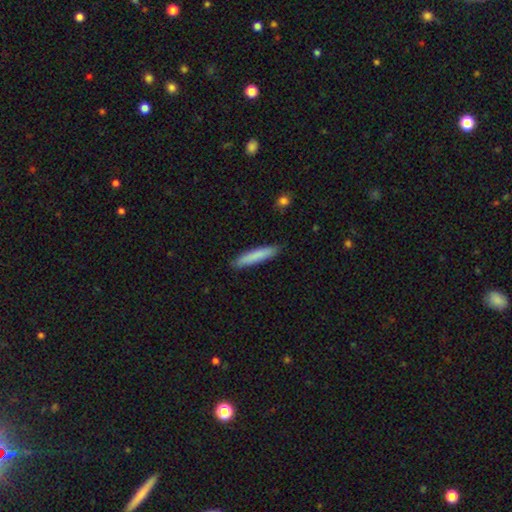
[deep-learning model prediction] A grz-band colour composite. It shows a smooth galaxy with no disk features (81%) that is cigar-shaped (92%). Merging: none (88%).